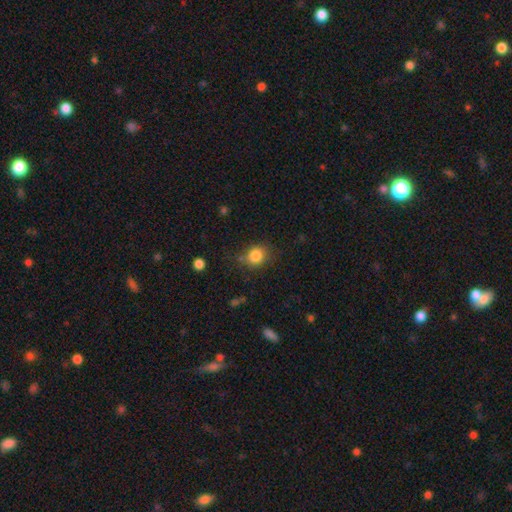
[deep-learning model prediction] This appears to be a smooth galaxy with no disk features (83%) that is round (71%). Merging: none (76%).